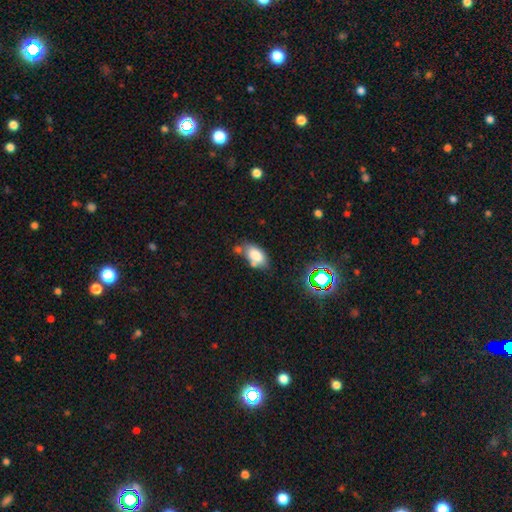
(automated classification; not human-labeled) Smooth or featured? smooth (78%)
How rounded? in between (90%)
Merging? none (56%)